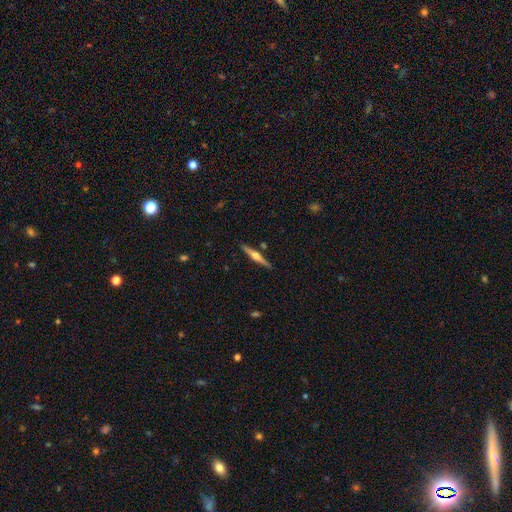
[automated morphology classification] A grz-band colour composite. It shows a featured or disk galaxy (73%) viewed edge-on (98%) with a rounded central bulge (90%). Merging: none (89%).